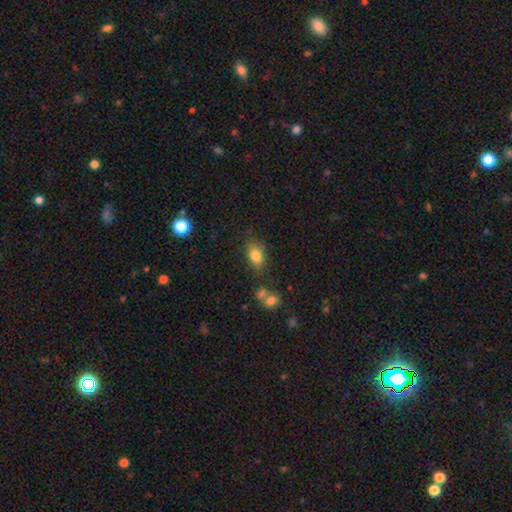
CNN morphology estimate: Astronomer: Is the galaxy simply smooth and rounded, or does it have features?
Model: smooth — 82%.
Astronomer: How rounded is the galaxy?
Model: in between — 82%.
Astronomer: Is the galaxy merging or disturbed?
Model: none — 73%.